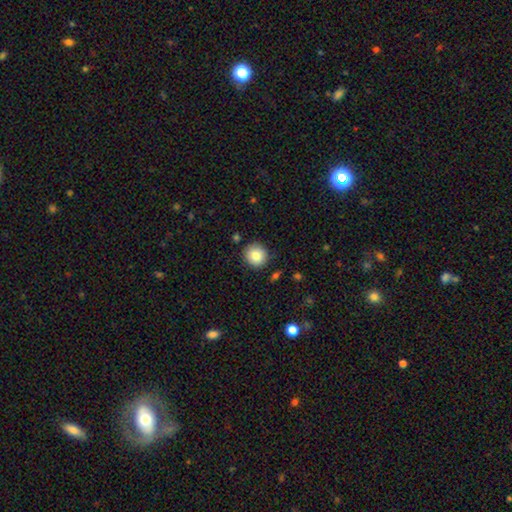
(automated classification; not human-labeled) Smooth or featured: smooth — 84% (star or artifact — 9%)
How rounded: round — 92% (in between — 7%)
Merging: none — 88% (minor disturbance — 8%)